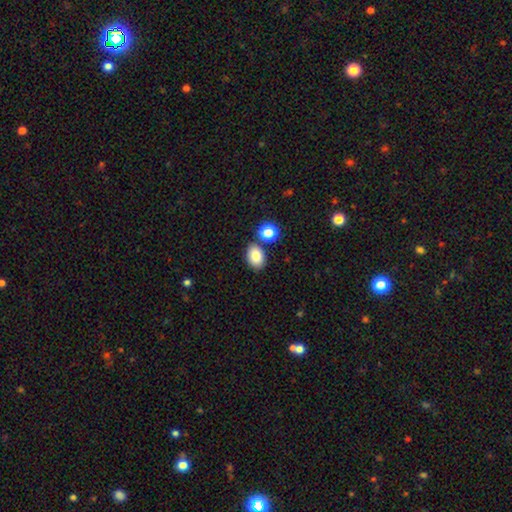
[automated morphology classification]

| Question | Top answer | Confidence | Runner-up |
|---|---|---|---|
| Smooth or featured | smooth | 83% | star or artifact (9%) |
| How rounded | in between | 78% | round (21%) |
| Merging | none | 78% | merger (10%) |